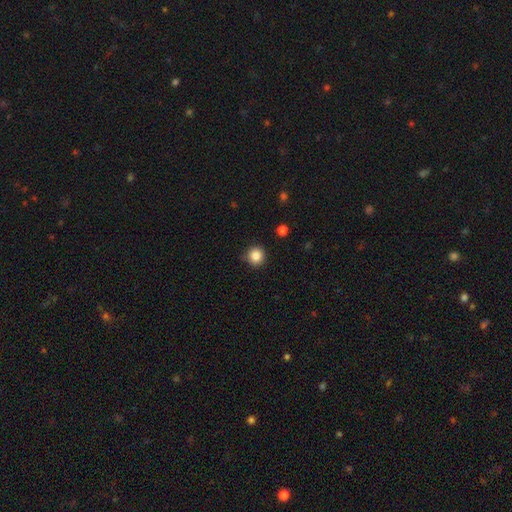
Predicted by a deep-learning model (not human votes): The model was most divided on "smooth or featured": smooth: 85%, star or artifact: 11%, featured or disk: 4%. More confident: how rounded — round (94%); merging — none (88%).